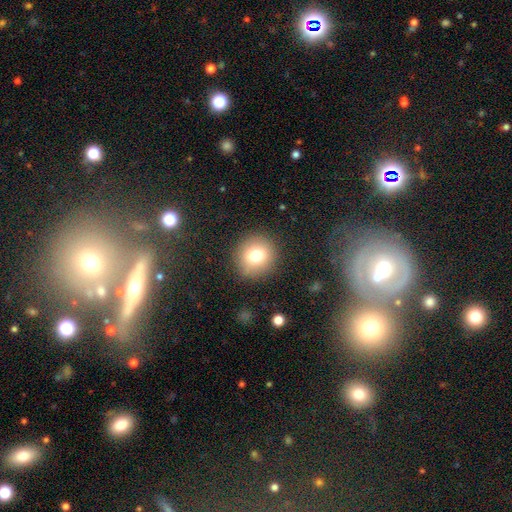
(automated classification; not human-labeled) Smooth or featured? smooth (74%)
How rounded? round (92%)
Merging? none (89%)